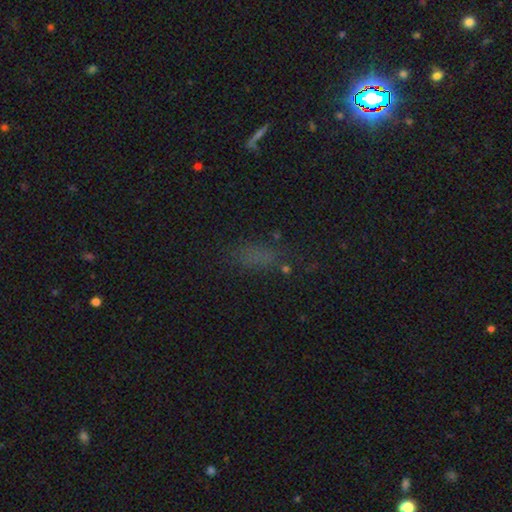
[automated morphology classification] Smooth or featured: smooth — 58% (star or artifact — 33%)
How rounded: in between — 67% (cigar-shaped — 24%)
Merging: none — 69% (minor disturbance — 17%)